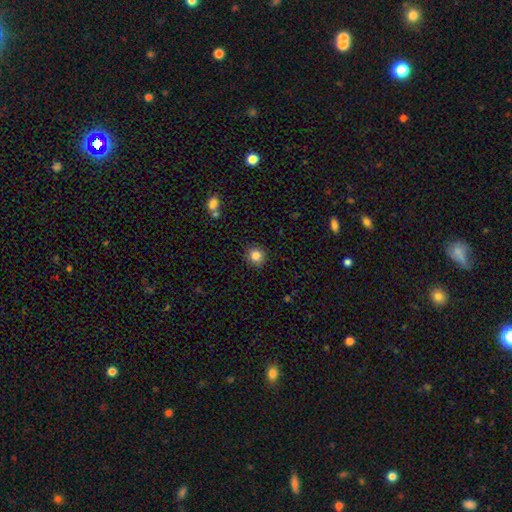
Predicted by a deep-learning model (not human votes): Q: Smooth or featured?
A: smooth (85%); runner-up: star or artifact (11%)
Q: How rounded?
A: round (91%); runner-up: in between (8%)
Q: Merging?
A: none (90%); runner-up: minor disturbance (7%)